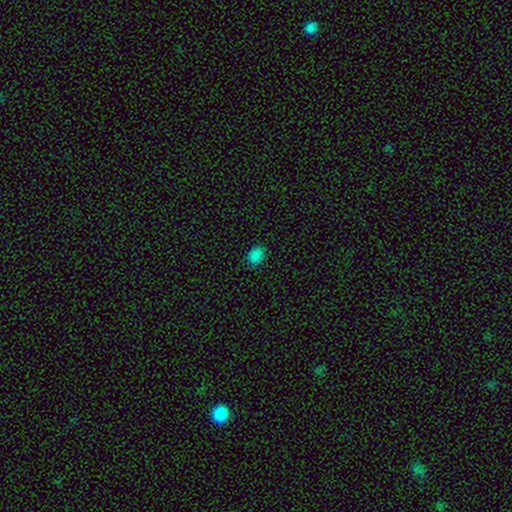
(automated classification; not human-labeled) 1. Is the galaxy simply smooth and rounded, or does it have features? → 84% smooth, 13% star or artifact, 3% featured or disk.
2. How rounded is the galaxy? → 60% in between, 39% round, 1% cigar-shaped.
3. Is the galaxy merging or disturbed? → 87% none, 10% minor disturbance, 2% major disturbance, 1% merger.